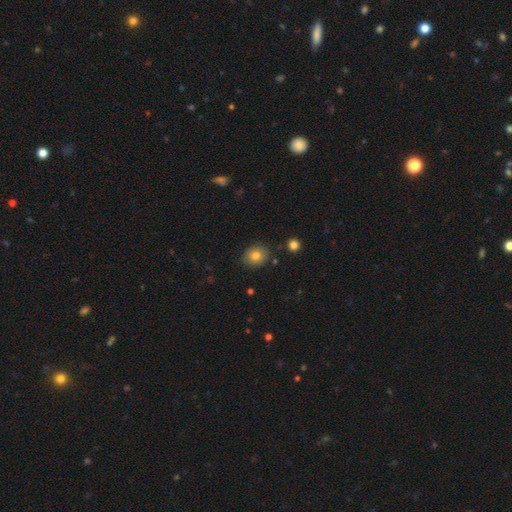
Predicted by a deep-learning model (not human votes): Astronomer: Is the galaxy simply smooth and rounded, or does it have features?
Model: smooth — 80%.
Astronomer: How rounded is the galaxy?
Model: round — 63%.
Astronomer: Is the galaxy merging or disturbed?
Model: none — 85%.